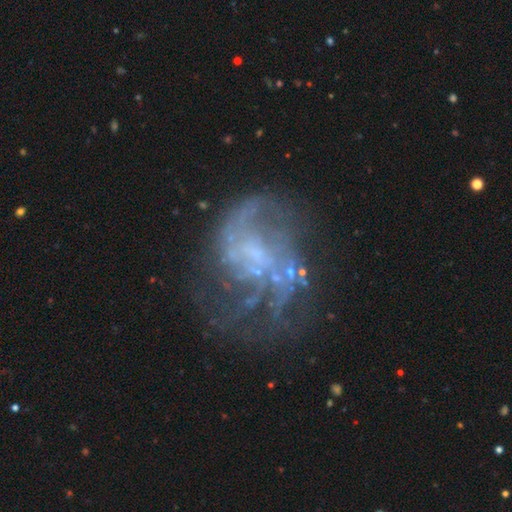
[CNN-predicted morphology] Q: Smooth or featured?
A: featured or disk (78%); runner-up: star or artifact (12%)
Q: Edge-on disk?
A: no (98%); runner-up: yes (2%)
Q: Bar?
A: no (60%); runner-up: weak (33%)
Q: Spiral arms?
A: yes (72%); runner-up: no (28%)
Q: Spiral winding?
A: loose (47%); runner-up: medium (36%)
Q: Spiral arm count?
A: 2 (39%); runner-up: can't tell (33%)
Q: Bulge size?
A: none (47%); runner-up: small (39%)
Q: Merging?
A: none (45%); runner-up: major disturbance (32%)